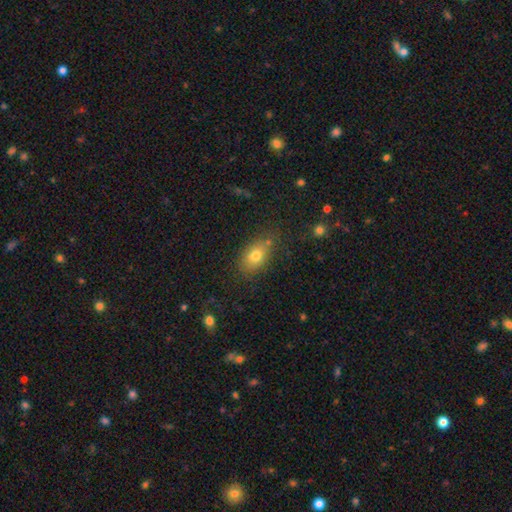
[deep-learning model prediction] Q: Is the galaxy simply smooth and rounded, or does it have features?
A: smooth — 76%.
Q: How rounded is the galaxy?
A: in between — 78%.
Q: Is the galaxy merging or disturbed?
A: none — 71%.